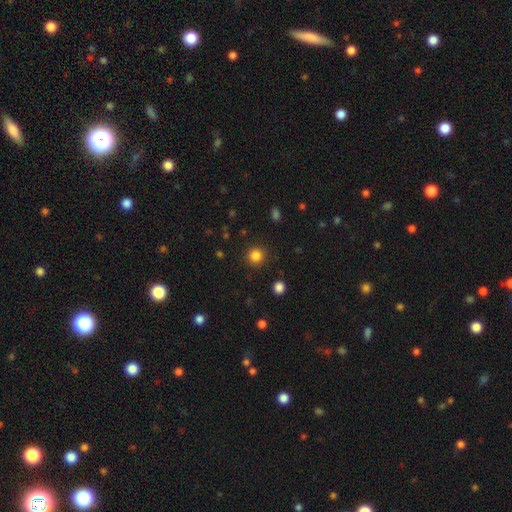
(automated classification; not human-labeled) Smooth or featured? Predicted: smooth (p=0.84). How rounded? Predicted: round (p=0.93). Merging? Predicted: none (p=0.90).